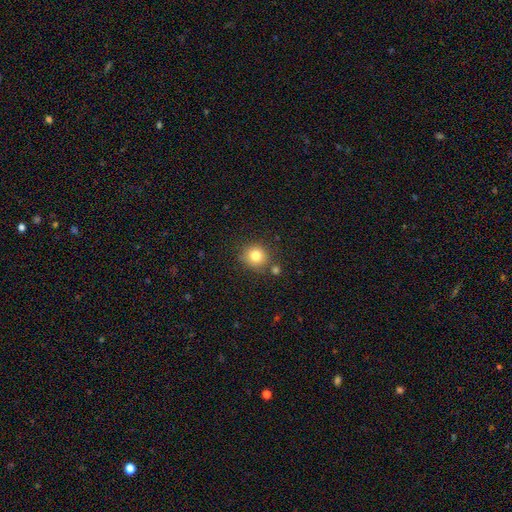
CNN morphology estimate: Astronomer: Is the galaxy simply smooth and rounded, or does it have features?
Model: smooth — 81%.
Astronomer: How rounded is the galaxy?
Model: round — 88%.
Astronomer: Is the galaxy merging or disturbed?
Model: none — 75%.